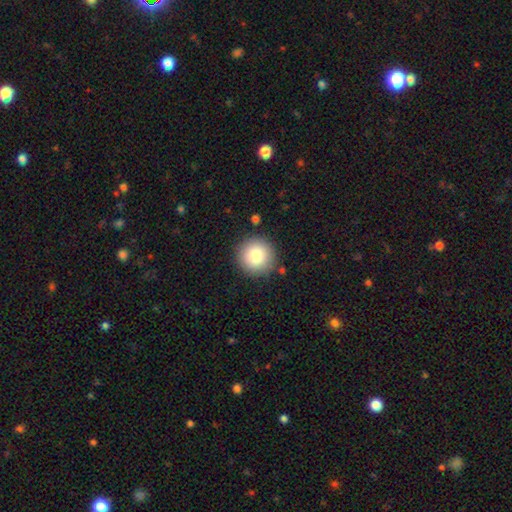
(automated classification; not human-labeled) smooth_or_featured: smooth (p=0.84) [alt: star or artifact p=0.09]
how_rounded: round (p=0.96) [alt: in between p=0.03]
merging: none (p=0.88) [alt: minor disturbance p=0.07]